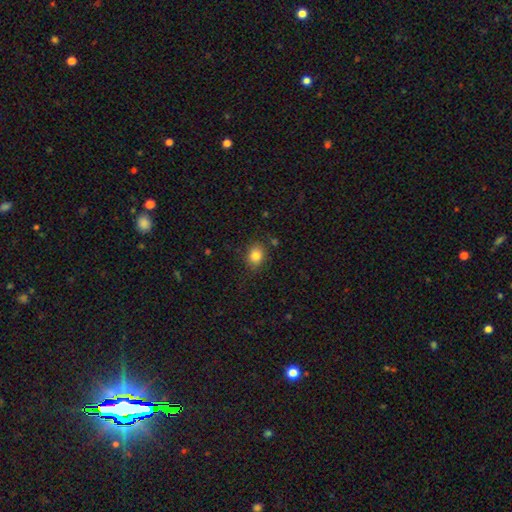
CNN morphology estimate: type=smooth (83%); roundness=in between (53%); merging=none (82%).